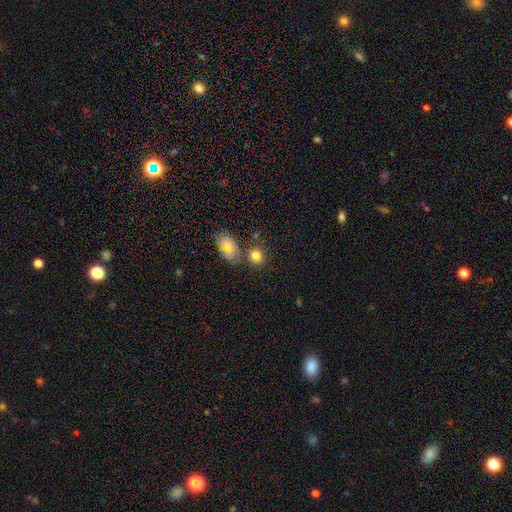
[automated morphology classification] Smooth or featured: smooth — 81% (star or artifact — 12%)
How rounded: round — 71% (in between — 28%)
Merging: none — 72% (merger — 13%)